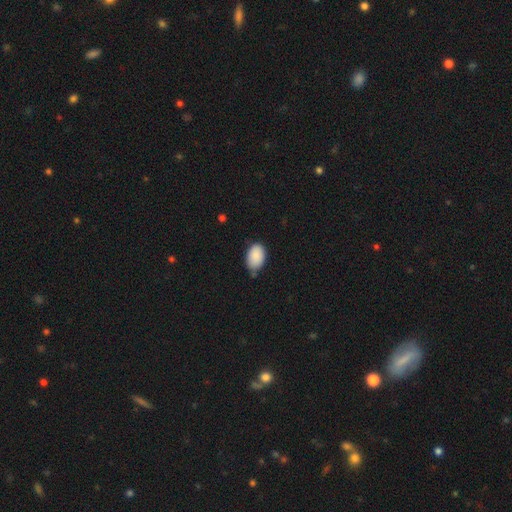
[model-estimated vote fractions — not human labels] Overall: smooth (89%). How rounded: in between (89%). Merging: none (68%).